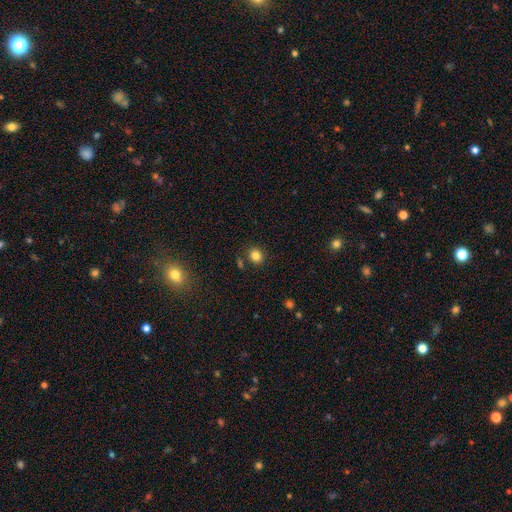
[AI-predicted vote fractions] smooth 82%, star or artifact 12%, featured or disk 6%. Down the decision tree: how rounded — round (69%); merging — none (83%).